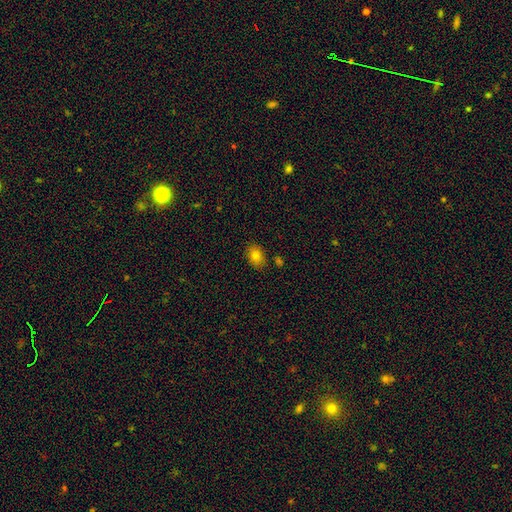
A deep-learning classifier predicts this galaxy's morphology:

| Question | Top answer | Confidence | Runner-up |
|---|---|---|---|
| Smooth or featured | smooth | 80% | star or artifact (10%) |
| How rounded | in between | 72% | round (27%) |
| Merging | none | 84% | minor disturbance (11%) |